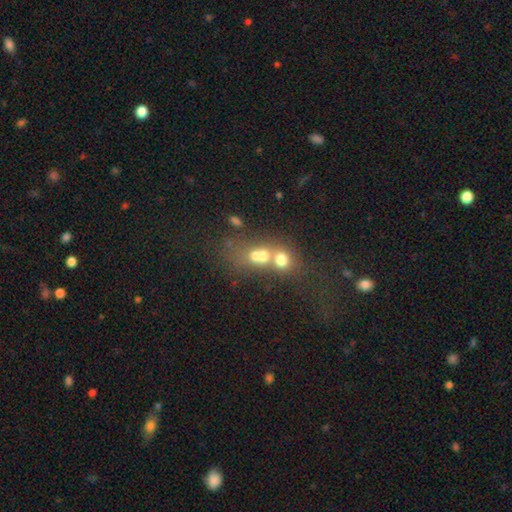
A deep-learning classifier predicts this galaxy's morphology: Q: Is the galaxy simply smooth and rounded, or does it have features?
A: smooth — 60%.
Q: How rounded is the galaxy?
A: round — 63%.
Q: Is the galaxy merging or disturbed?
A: merger — 67%.